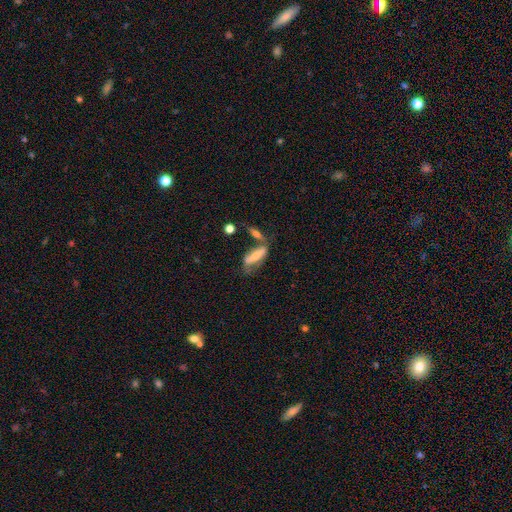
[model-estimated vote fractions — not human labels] Overall: smooth (48%; featured or disk 44%). Merging: none (38%; merger 28%).